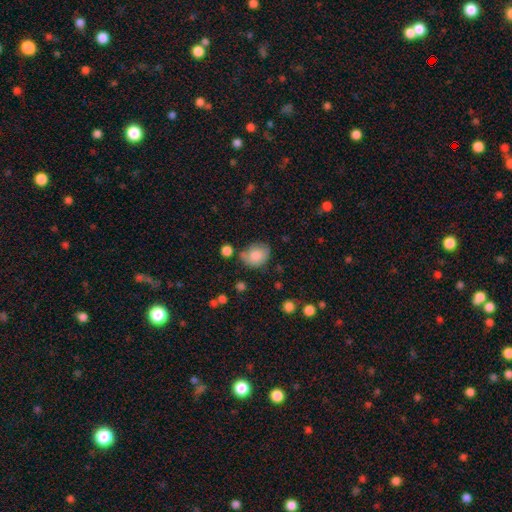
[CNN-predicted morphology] smooth-or-featured: smooth: 83% | featured or disk: 10% | star or artifact: 8%
  how-rounded: in between: 50% | round: 49% | cigar-shaped: 1%
  merging: none: 63% | minor disturbance: 23% | merger: 8% | major disturbance: 6%